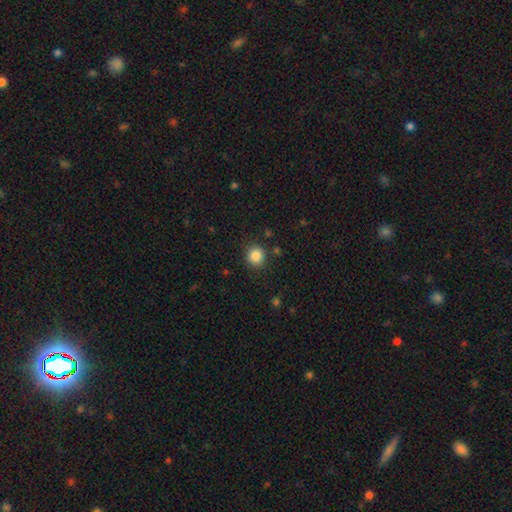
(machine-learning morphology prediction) The model was most divided on "smooth or featured": smooth: 86%, star or artifact: 10%, featured or disk: 4%. More confident: how rounded — round (89%); merging — none (88%).